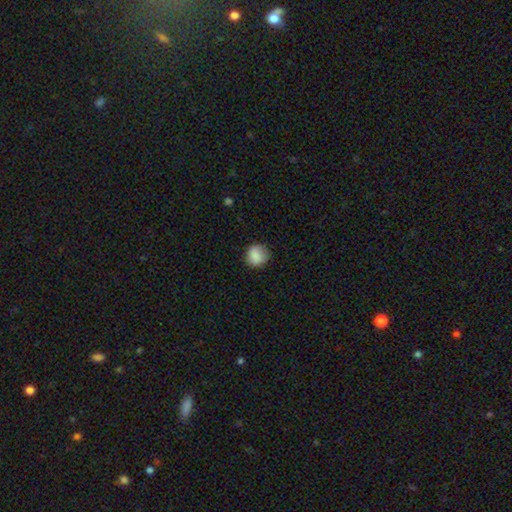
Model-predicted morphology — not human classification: This appears to be a smooth galaxy with no disk features (87%) that is round (89%). Merging: none (82%).